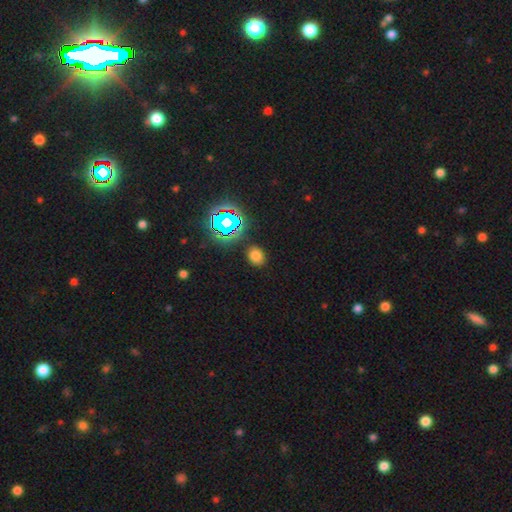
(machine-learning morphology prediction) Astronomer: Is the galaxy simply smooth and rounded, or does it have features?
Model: smooth — 71%.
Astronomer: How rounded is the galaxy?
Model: round — 57% (runner-up: in between, 41%).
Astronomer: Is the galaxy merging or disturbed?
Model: none — 86%.